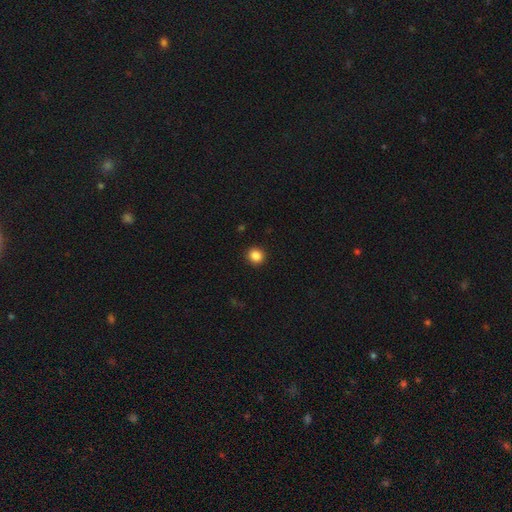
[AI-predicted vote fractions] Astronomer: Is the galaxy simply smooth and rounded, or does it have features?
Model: smooth — 86%.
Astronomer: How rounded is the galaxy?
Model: round — 91%.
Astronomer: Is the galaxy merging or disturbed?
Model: none — 93%.